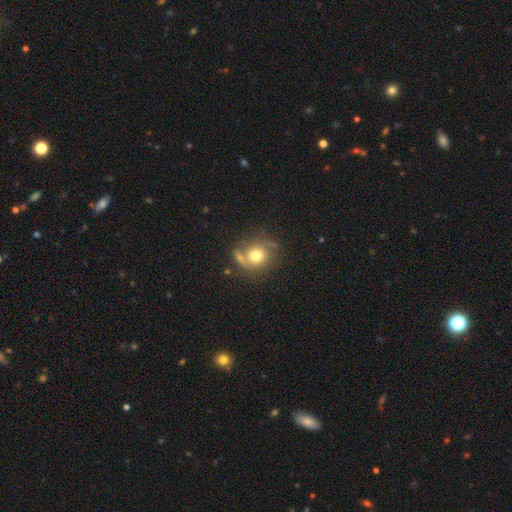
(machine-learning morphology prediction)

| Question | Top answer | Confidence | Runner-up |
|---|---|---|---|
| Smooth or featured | smooth | 63% | featured or disk (26%) |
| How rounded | round | 82% | in between (17%) |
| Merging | none | 55% | merger (20%) |